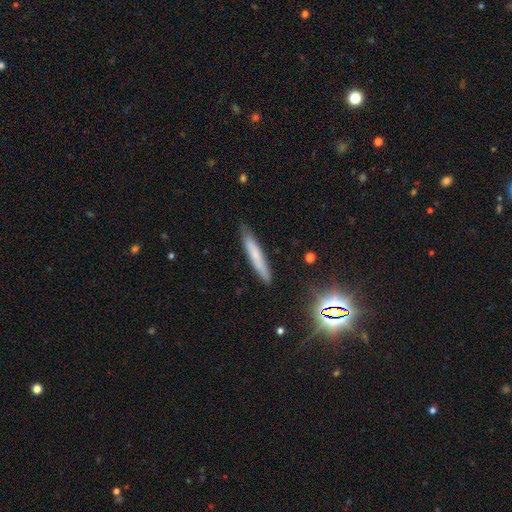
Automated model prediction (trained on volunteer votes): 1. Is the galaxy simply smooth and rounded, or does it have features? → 63% smooth, 26% featured or disk, 11% star or artifact.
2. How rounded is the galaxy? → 93% cigar-shaped, 5% in between, 1% round.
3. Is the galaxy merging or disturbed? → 84% none, 13% minor disturbance, 2% major disturbance, 1% merger.